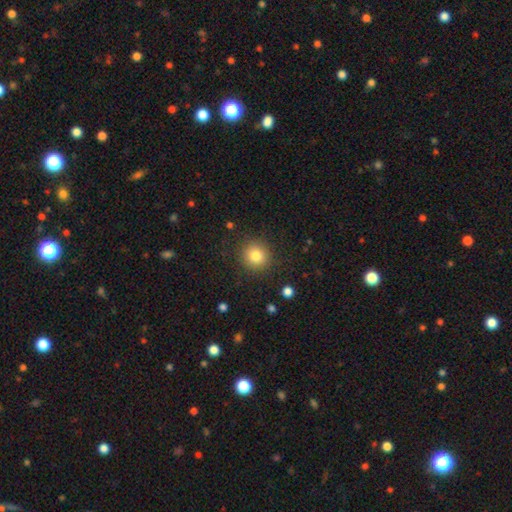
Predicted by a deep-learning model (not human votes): smooth 81%, star or artifact 12%, featured or disk 7%. Down the decision tree: how rounded — round (91%); merging — none (89%).